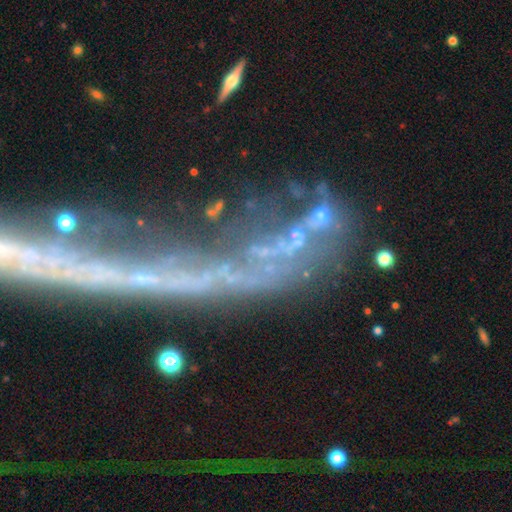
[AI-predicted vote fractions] Morphology: type=featured or disk (55%); edge-on=no (66%); merging=none (35%).